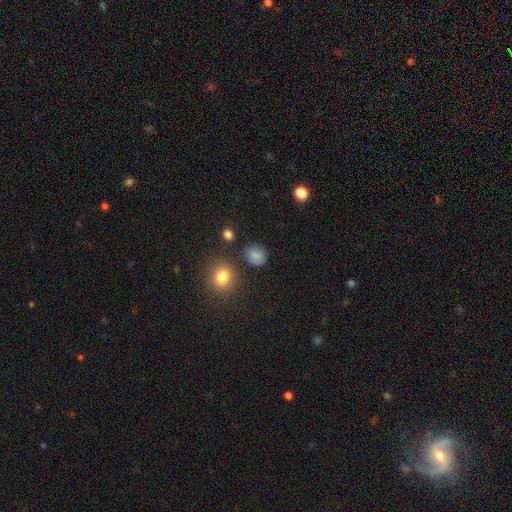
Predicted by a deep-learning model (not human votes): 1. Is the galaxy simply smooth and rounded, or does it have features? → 82% smooth, 12% star or artifact, 6% featured or disk.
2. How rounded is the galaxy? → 72% round, 27% in between, 1% cigar-shaped.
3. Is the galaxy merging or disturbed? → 80% none, 13% minor disturbance, 4% major disturbance, 3% merger.